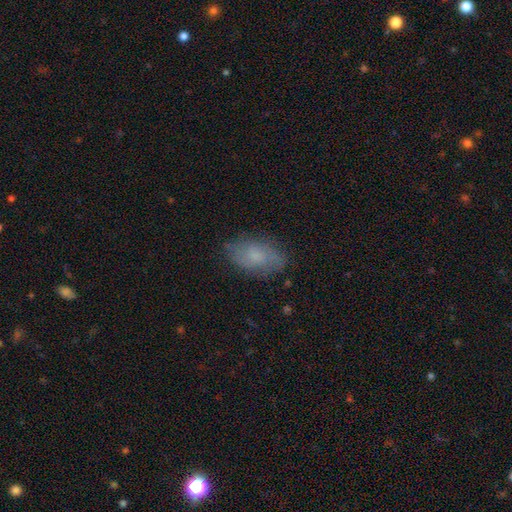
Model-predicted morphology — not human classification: Smooth or featured?
  - smooth: 60% *
  - featured or disk: 31%
  - star or artifact: 9%
How rounded?
  - in between: 91% *
  - round: 6%
  - cigar-shaped: 4%
Merging?
  - none: 75% *
  - minor disturbance: 18%
  - major disturbance: 5%
  - merger: 1%